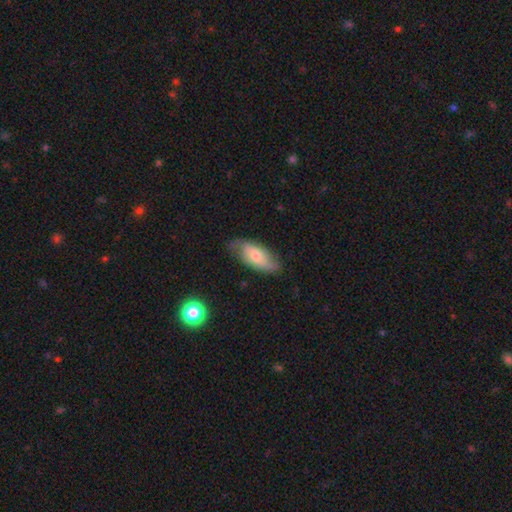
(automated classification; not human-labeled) smooth-or-featured: smooth: 50% | featured or disk: 44% | star or artifact: 7%
  merging: none: 68% | minor disturbance: 24% | major disturbance: 6% | merger: 1%